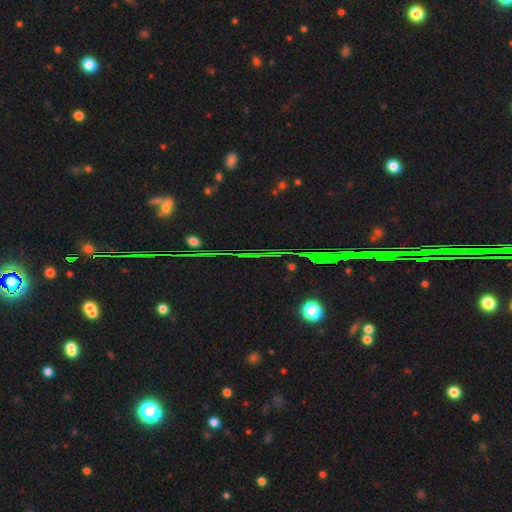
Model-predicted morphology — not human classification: This appears to be a star or artifact, not a galaxy (76%).